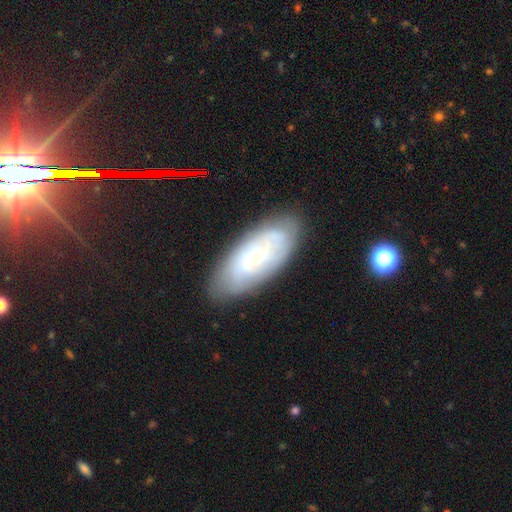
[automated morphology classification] featured or disk 59%, smooth 33%, star or artifact 8%. Down the decision tree: edge-on disk — no (91%); bar — no (58%); spiral arms — yes (75%); bulge size — small (65%); merging — none (78%).